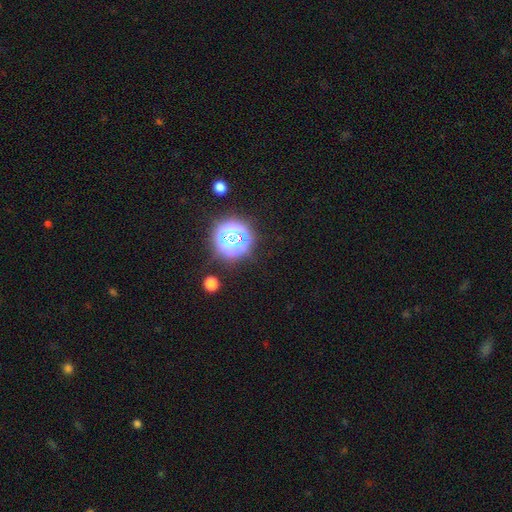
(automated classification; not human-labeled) This appears to be a star or artifact, not a galaxy (81%).